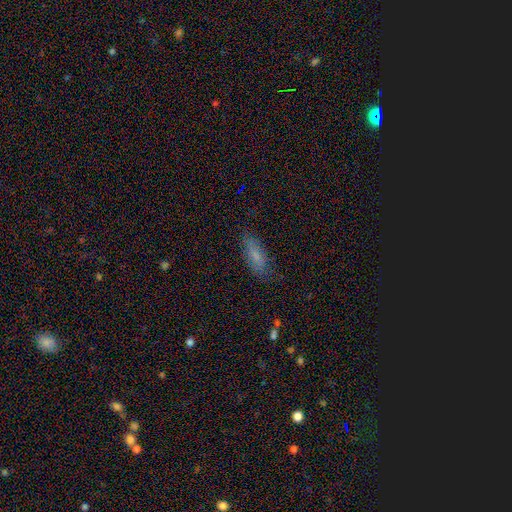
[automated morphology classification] This is likely a smooth galaxy (73%). How rounded: likely in between (65%). Merging: likely none (76%).